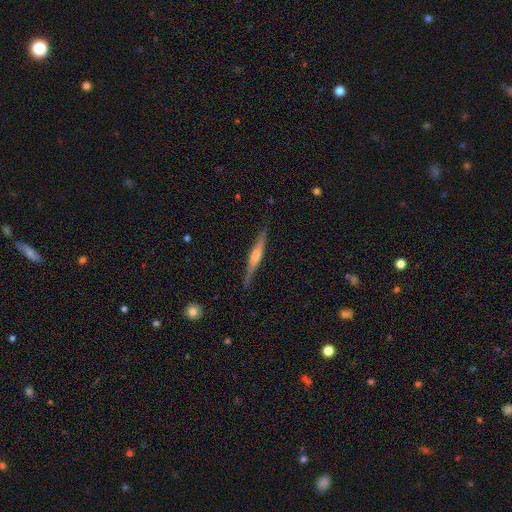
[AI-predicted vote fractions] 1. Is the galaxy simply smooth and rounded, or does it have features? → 73% featured or disk, 22% smooth, 6% star or artifact.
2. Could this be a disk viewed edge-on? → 98% yes, 2% no.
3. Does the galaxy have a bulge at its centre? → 66% rounded, 22% boxy, 12% none.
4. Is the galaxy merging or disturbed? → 87% none, 9% minor disturbance, 2% major disturbance, 1% merger.